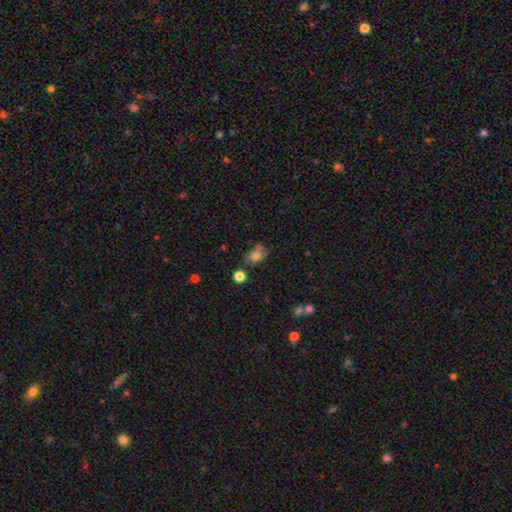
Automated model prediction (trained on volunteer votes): Smooth or featured? Predicted: smooth (p=0.75). How rounded? Predicted: in between (p=0.57). Merging? Predicted: none (p=0.52).